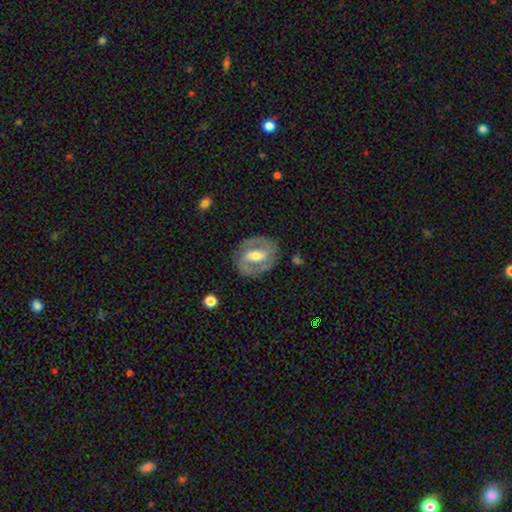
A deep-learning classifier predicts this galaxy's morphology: Smooth or featured?
  - featured or disk: 74% *
  - smooth: 21%
  - star or artifact: 5%
Edge-on disk?
  - no: 95% *
  - yes: 5%
Bar?
  - strong: 45% *
  - weak: 36%
  - no: 19%
Spiral arms?
  - yes: 66% *
  - no: 34%
Bulge size?
  - moderate: 63% *
  - small: 26%
  - large: 8%
  - none: 1%
  - dominant: 1%
Merging?
  - none: 81% *
  - minor disturbance: 12%
  - major disturbance: 6%
  - merger: 1%